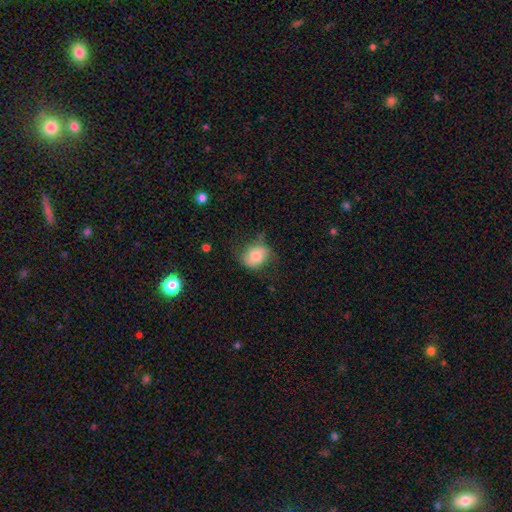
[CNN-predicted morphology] Smooth or featured? smooth (67%)
How rounded? in between (57%)
Merging? none (47%)